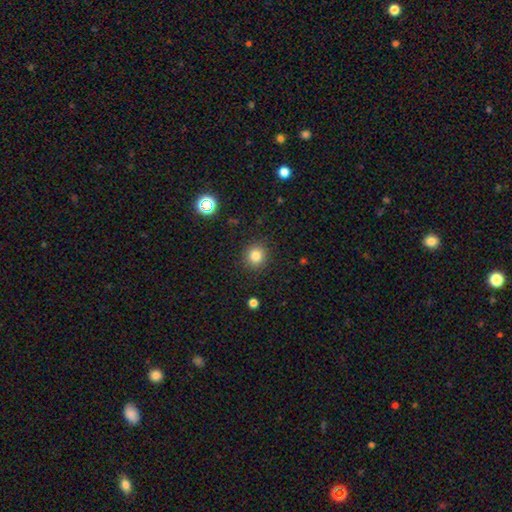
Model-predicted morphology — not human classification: A smooth galaxy with no disk features (82%) that is round (90%). Merging: none (90%).